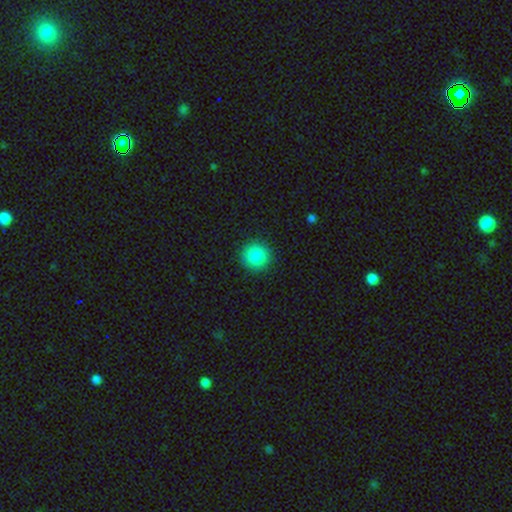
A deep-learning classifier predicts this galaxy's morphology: Overall: smooth (86%). How rounded: round (95%). Merging: none (92%).